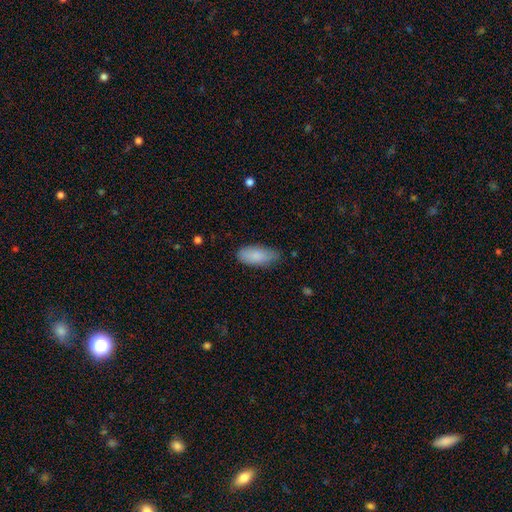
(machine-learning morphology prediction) Overall: smooth (87%). How rounded: in between (86%). Merging: none (69%).